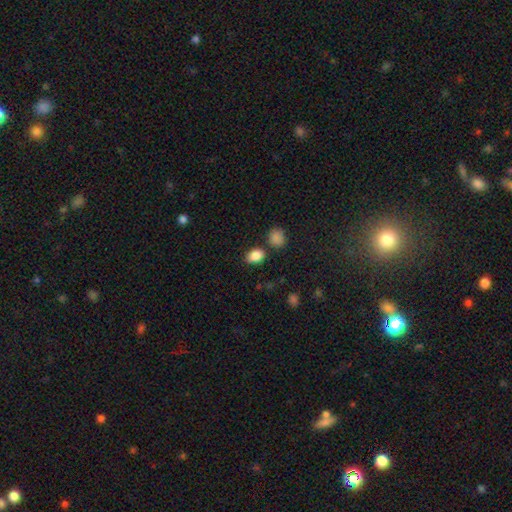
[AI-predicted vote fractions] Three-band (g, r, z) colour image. It shows a smooth galaxy with no disk features (87%) that is in between round and cigar-shaped (74%). Merging: none (74%).